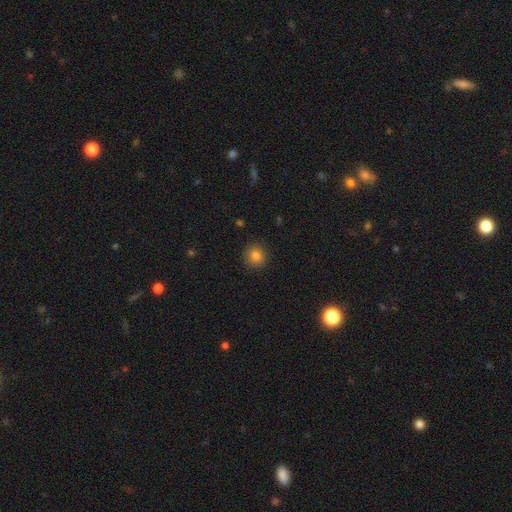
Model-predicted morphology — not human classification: smooth 83%, star or artifact 12%, featured or disk 5%. Down the decision tree: how rounded — round (89%); merging — none (90%).